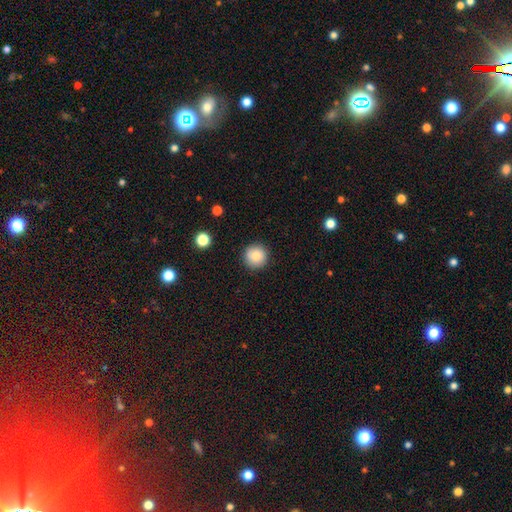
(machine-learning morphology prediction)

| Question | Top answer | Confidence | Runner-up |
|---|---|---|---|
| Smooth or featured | smooth | 84% | star or artifact (9%) |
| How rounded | round | 96% | in between (4%) |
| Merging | none | 91% | minor disturbance (6%) |